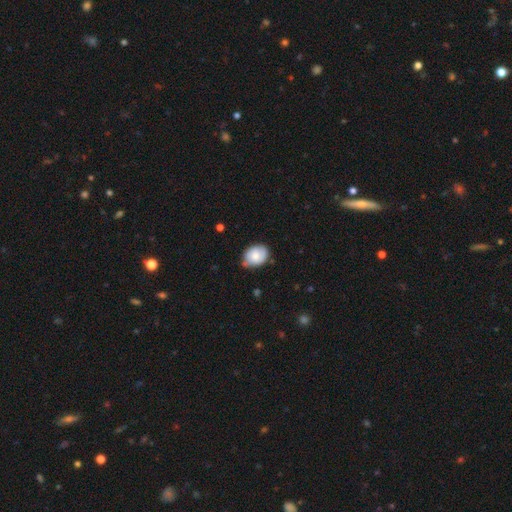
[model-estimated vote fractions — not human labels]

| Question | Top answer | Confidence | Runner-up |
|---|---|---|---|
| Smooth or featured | smooth | 66% | featured or disk (27%) |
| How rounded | in between | 64% | round (35%) |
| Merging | none | 64% | minor disturbance (29%) |